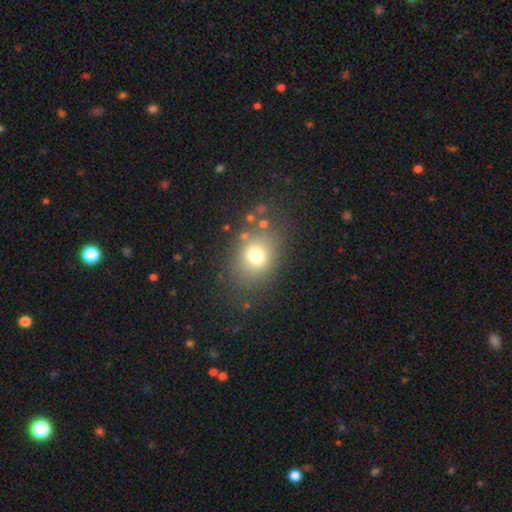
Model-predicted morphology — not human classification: Q: Smooth or featured?
A: smooth (72%); runner-up: star or artifact (15%)
Q: How rounded?
A: round (50%); runner-up: in between (49%)
Q: Merging?
A: none (73%); runner-up: minor disturbance (14%)